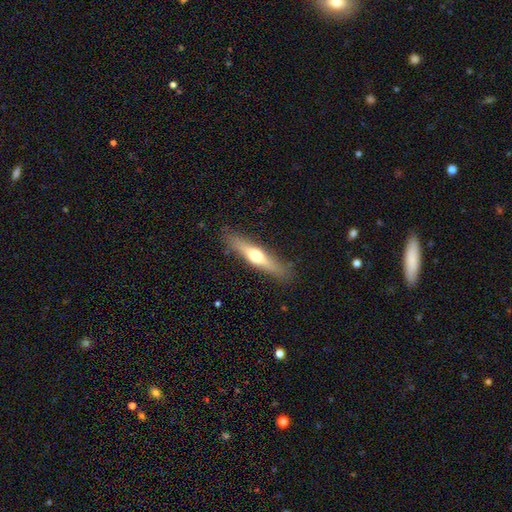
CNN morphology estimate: Smooth or featured? featured or disk (56%)
Edge-on disk? yes (94%)
Edge-on bulge? rounded (93%)
Merging? none (87%)